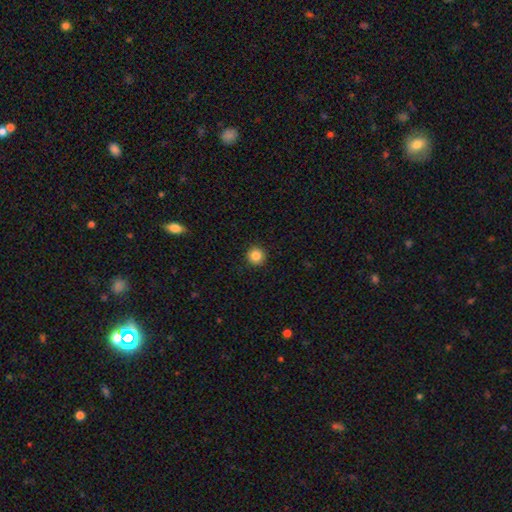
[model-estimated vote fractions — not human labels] Smooth or featured? Predicted: smooth (p=0.85). How rounded? Predicted: round (p=0.95). Merging? Predicted: none (p=0.93).